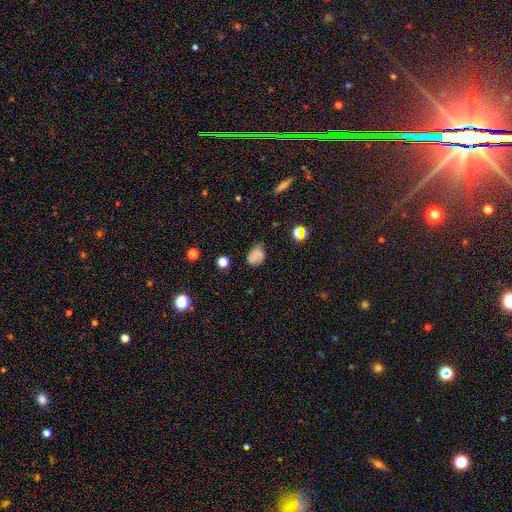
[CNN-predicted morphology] type=smooth (58%); roundness=in between (68%); merging=none (58%).